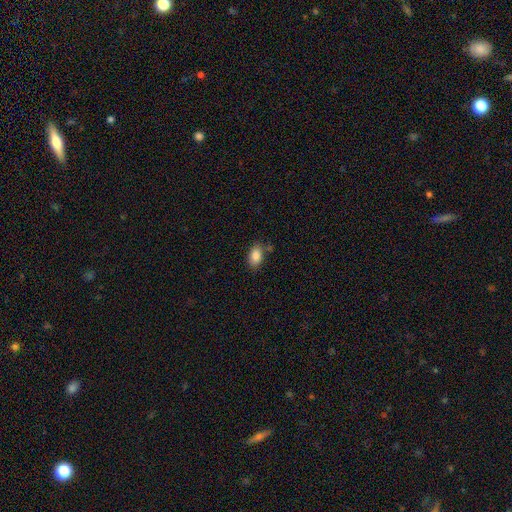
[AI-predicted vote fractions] Smooth or featured?
  - smooth: 87% *
  - star or artifact: 8%
  - featured or disk: 6%
How rounded?
  - in between: 91% *
  - round: 7%
  - cigar-shaped: 2%
Merging?
  - none: 78% *
  - minor disturbance: 14%
  - merger: 5%
  - major disturbance: 3%